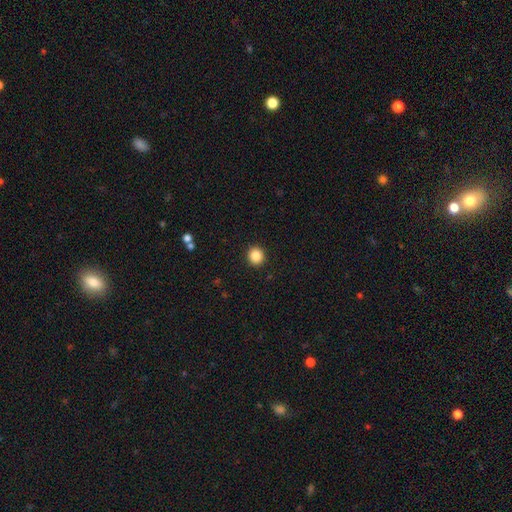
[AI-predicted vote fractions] Smooth or featured? Predicted: smooth (p=0.85). How rounded? Predicted: round (p=0.92). Merging? Predicted: none (p=0.93).